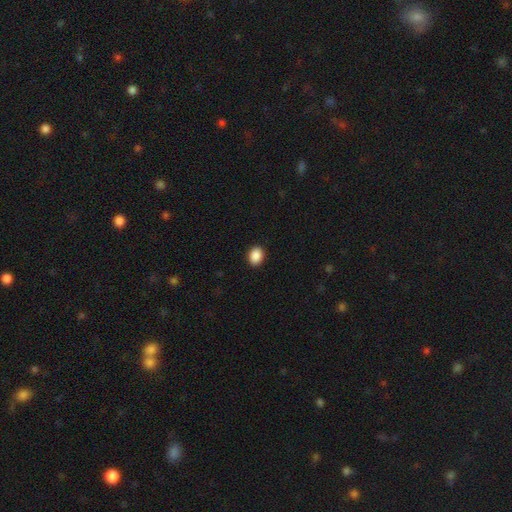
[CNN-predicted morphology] type=smooth (89%); roundness=in between (61%); merging=none (91%).